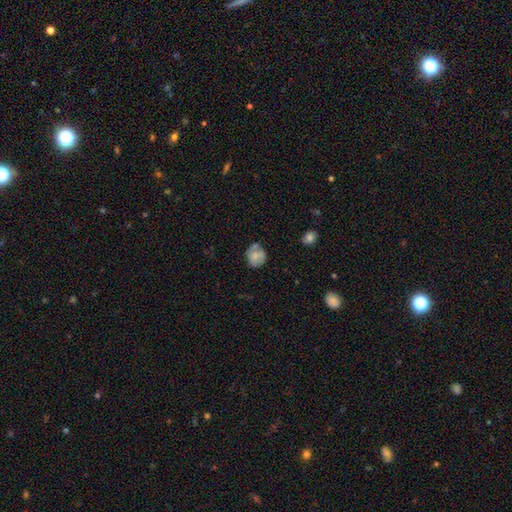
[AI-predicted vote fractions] Overall: smooth (61%; featured or disk 31%). How rounded: round (76%). Merging: none (53%; minor disturbance 27%).